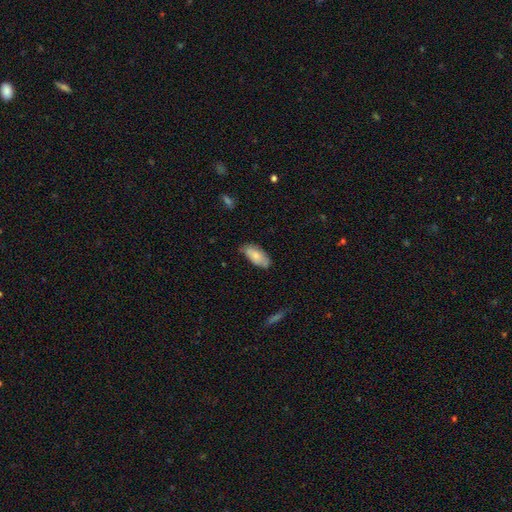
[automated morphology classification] Overall: smooth (74%). How rounded: in between (89%). Merging: none (66%; minor disturbance 27%).